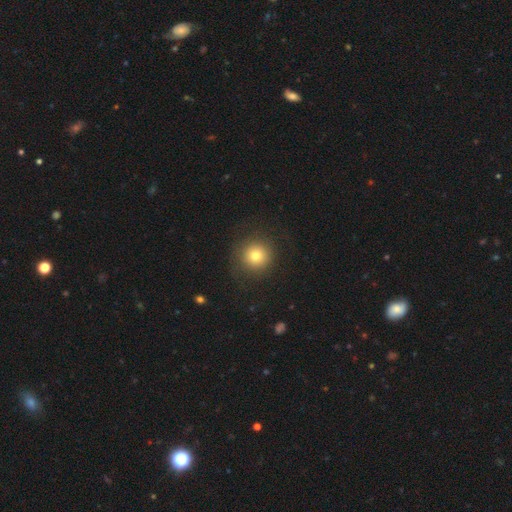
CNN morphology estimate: smooth-or-featured: smooth: 76% | star or artifact: 13% | featured or disk: 12%
  how-rounded: round: 95% | in between: 4% | cigar-shaped: 1%
  merging: none: 86% | minor disturbance: 8% | major disturbance: 5% | merger: 1%